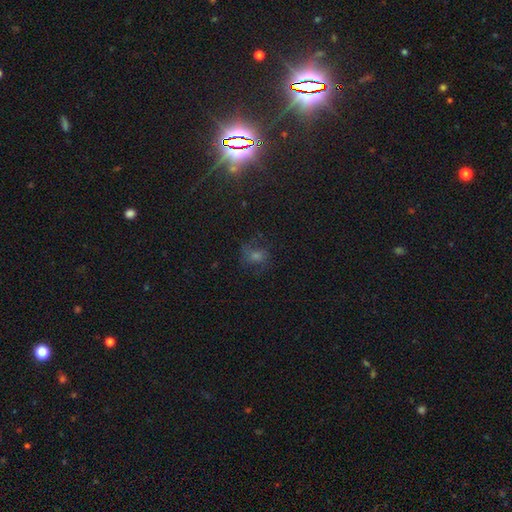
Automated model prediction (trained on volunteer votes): smooth_or_featured: star or artifact (p=0.50) [alt: featured or disk p=0.25]